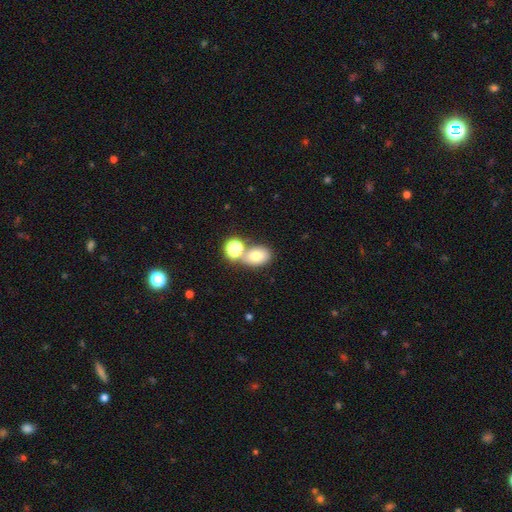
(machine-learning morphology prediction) A smooth galaxy with no disk features (74%) that is in between round and cigar-shaped (68%). Merging: none (56%).